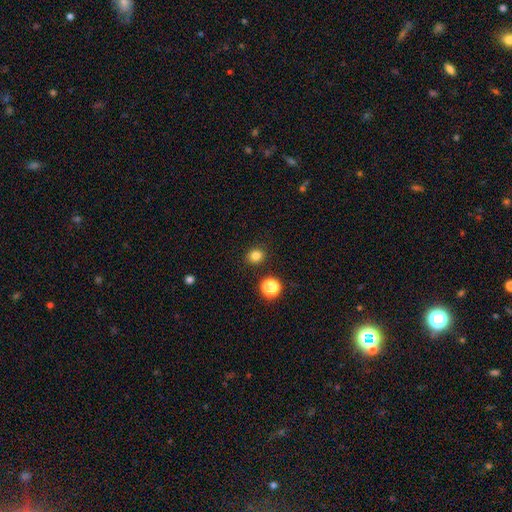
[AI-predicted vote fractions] Smooth or featured? Predicted: smooth (p=0.81). How rounded? Predicted: round (p=0.78). Merging? Predicted: none (p=0.89).